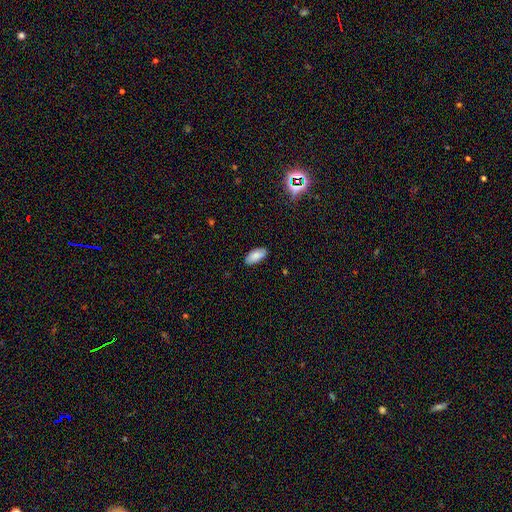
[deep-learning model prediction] smooth_or_featured: smooth (p=0.84) [alt: featured or disk p=0.08]
how_rounded: in between (p=0.92) [alt: cigar-shaped p=0.06]
merging: none (p=0.87) [alt: minor disturbance p=0.10]